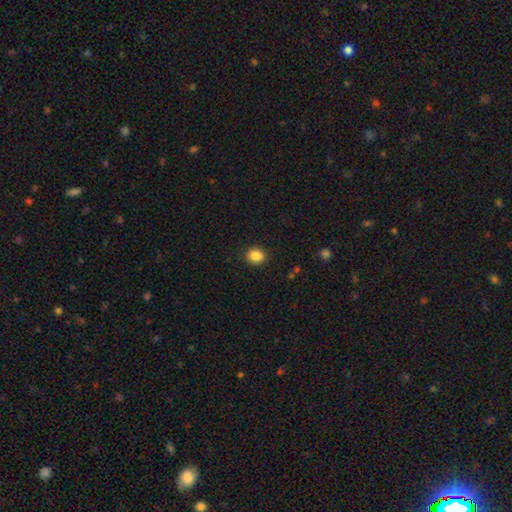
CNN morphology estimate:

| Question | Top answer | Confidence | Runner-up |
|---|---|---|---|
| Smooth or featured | smooth | 86% | star or artifact (10%) |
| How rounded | round | 69% | in between (30%) |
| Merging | none | 88% | minor disturbance (8%) |